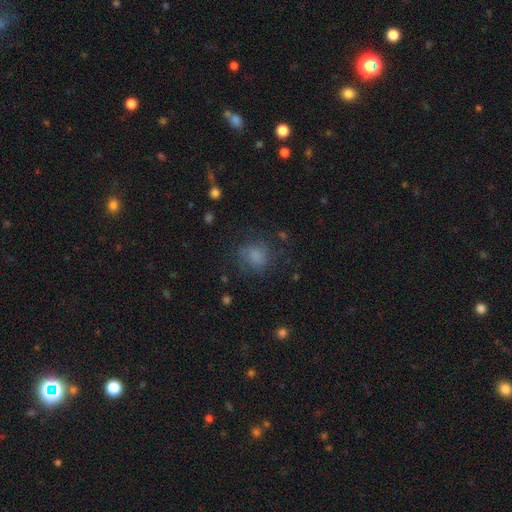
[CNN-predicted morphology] Smooth or featured? Predicted: smooth (p=0.68). How rounded? Predicted: round (p=0.71). Merging? Predicted: none (p=0.63).